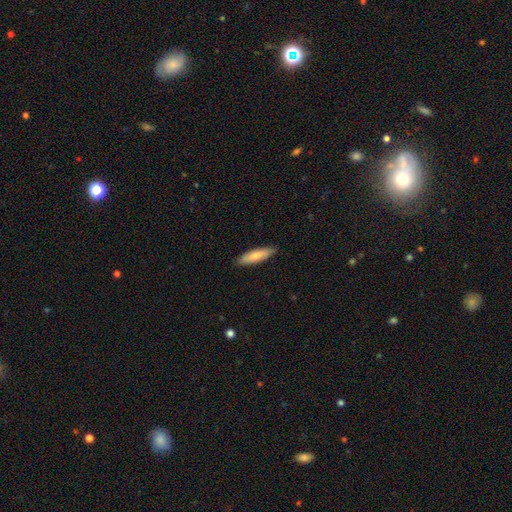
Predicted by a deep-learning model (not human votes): Smooth or featured? Predicted: smooth (p=0.78). How rounded? Predicted: cigar-shaped (p=0.65). Merging? Predicted: none (p=0.87).